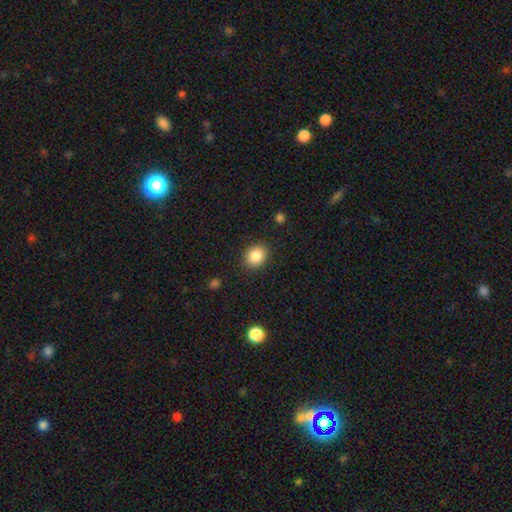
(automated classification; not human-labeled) smooth-or-featured: smooth: 86% | star or artifact: 9% | featured or disk: 5%
  how-rounded: round: 59% | in between: 40% | cigar-shaped: 1%
  merging: none: 88% | minor disturbance: 8% | major disturbance: 3% | merger: 1%